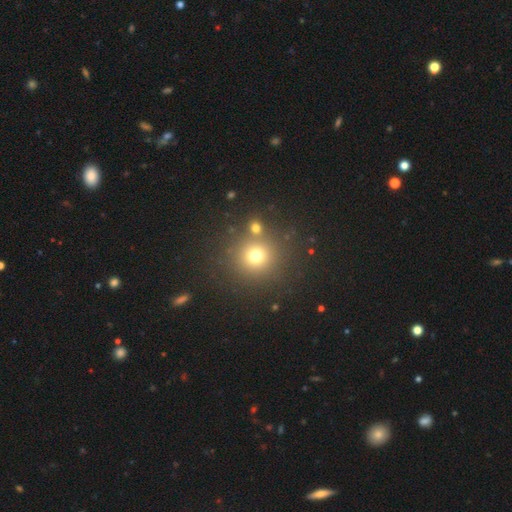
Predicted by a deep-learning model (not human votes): Smooth or featured? smooth (72%)
How rounded? round (92%)
Merging? none (79%)